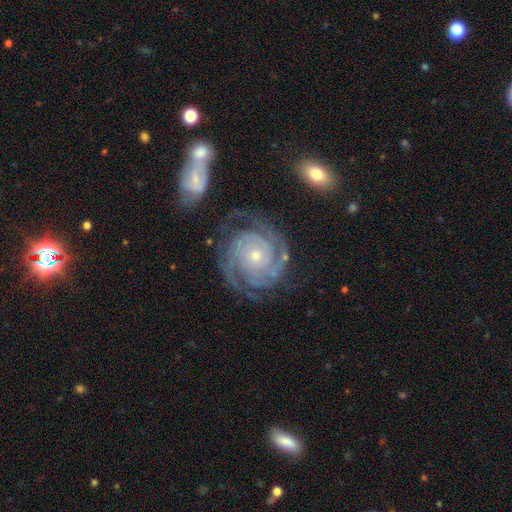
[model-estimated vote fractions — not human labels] Q: Smooth or featured?
A: featured or disk (92%); runner-up: star or artifact (5%)
Q: Edge-on disk?
A: no (98%); runner-up: yes (2%)
Q: Bar?
A: no (79%); runner-up: weak (15%)
Q: Spiral arms?
A: yes (98%); runner-up: no (2%)
Q: Spiral winding?
A: tight (77%); runner-up: medium (20%)
Q: Spiral arm count?
A: 2 (47%); runner-up: 3 (25%)
Q: Bulge size?
A: small (72%); runner-up: moderate (24%)
Q: Merging?
A: none (73%); runner-up: minor disturbance (15%)